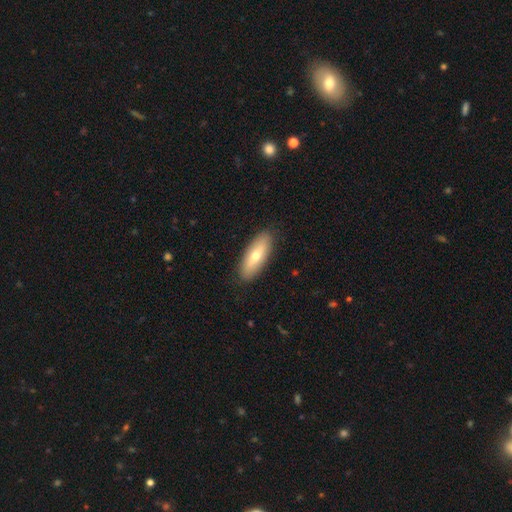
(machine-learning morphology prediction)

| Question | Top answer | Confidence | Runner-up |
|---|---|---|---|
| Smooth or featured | smooth | 63% | featured or disk (31%) |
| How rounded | in between | 67% | cigar-shaped (31%) |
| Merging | none | 89% | minor disturbance (8%) |